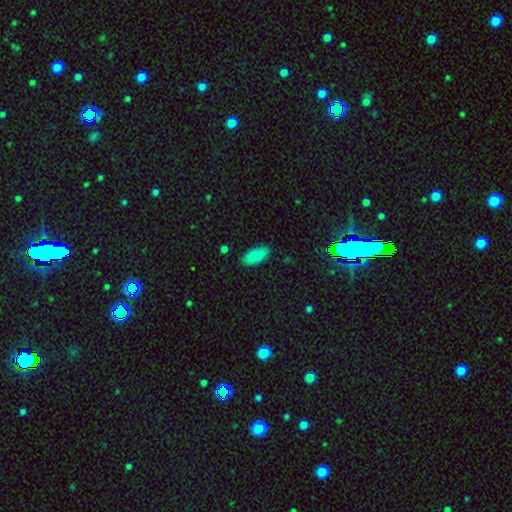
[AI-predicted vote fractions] The model was most divided on "merging": none: 87%, minor disturbance: 10%, major disturbance: 2%, merger: 1%. More confident: how rounded — in between (89%); smooth or featured — smooth (85%).